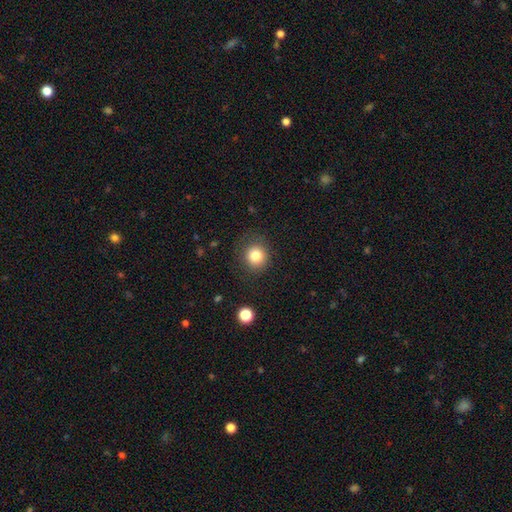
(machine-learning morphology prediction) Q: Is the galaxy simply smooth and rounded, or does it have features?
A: smooth — 82%.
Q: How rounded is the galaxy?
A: round — 86%.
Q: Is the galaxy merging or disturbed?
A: none — 83%.